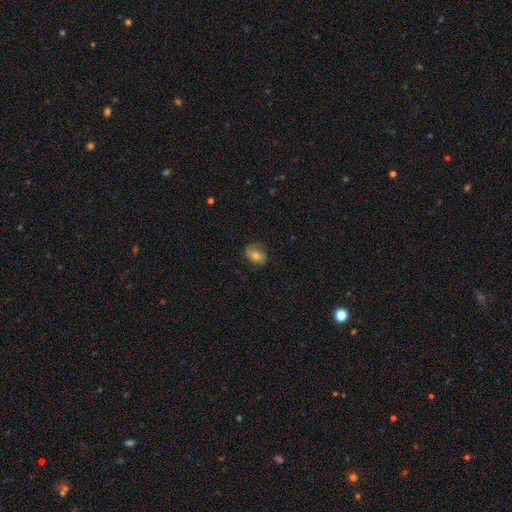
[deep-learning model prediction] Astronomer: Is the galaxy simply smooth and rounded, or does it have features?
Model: smooth — 64%.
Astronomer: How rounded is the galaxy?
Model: in between — 75%.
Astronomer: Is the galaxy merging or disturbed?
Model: none — 67%.